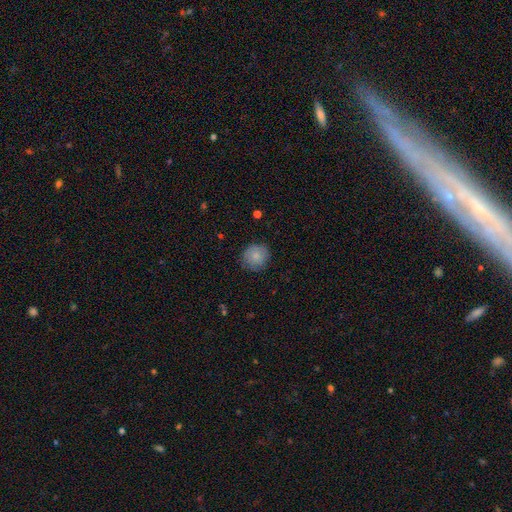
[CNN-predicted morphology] smooth 83%, featured or disk 10%, star or artifact 7%. Down the decision tree: how rounded — round (90%); merging — none (83%).